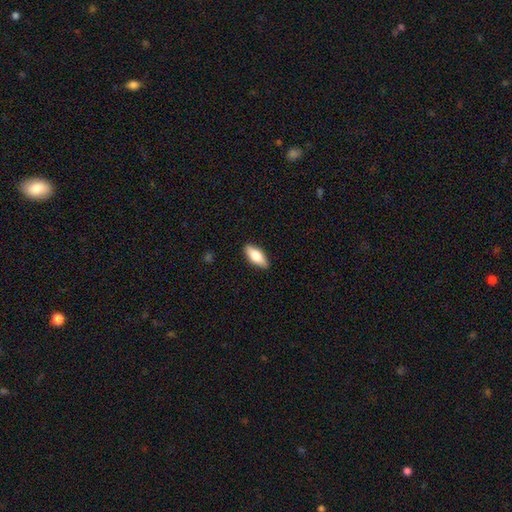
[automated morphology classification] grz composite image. It shows a smooth galaxy with no disk features (75%) that is in between round and cigar-shaped (80%). Merging: none (89%).